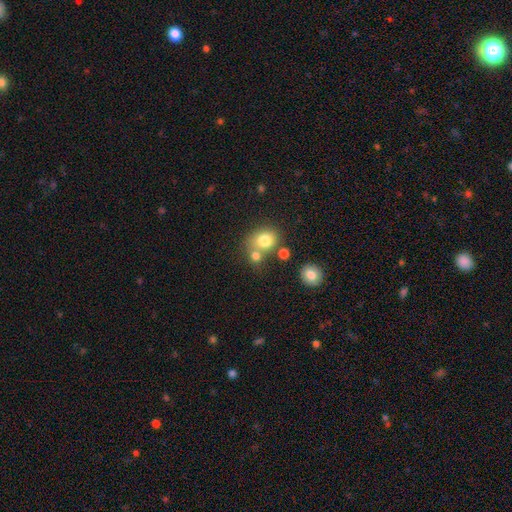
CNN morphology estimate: Q: Smooth or featured?
A: smooth (77%); runner-up: star or artifact (12%)
Q: How rounded?
A: round (65%); runner-up: in between (34%)
Q: Merging?
A: none (50%); runner-up: merger (34%)